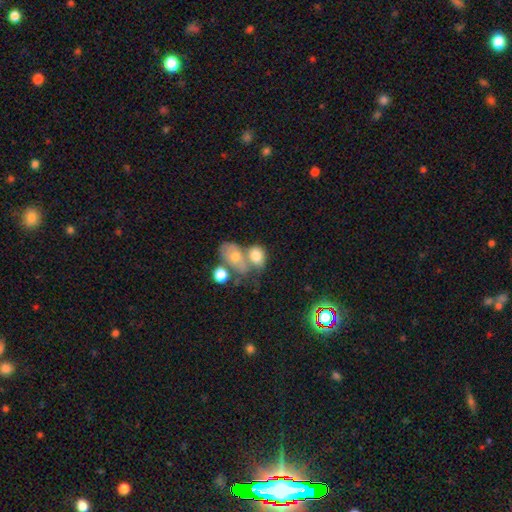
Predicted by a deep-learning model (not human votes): Smooth or featured? smooth (71%)
How rounded? in between (73%)
Merging? merger (52%)